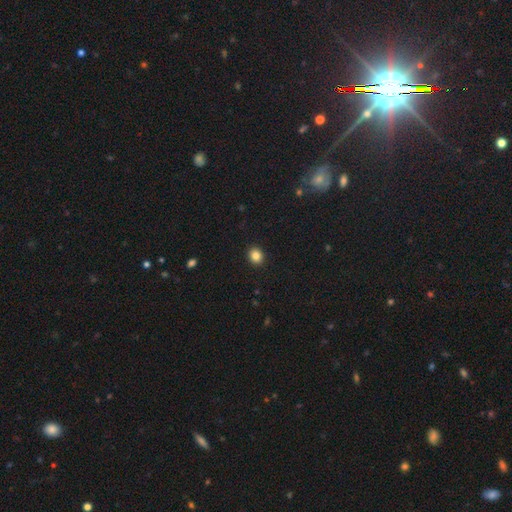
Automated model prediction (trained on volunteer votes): This is clearly a smooth galaxy (85%). How rounded: likely round (73%). Merging: clearly none (92%).